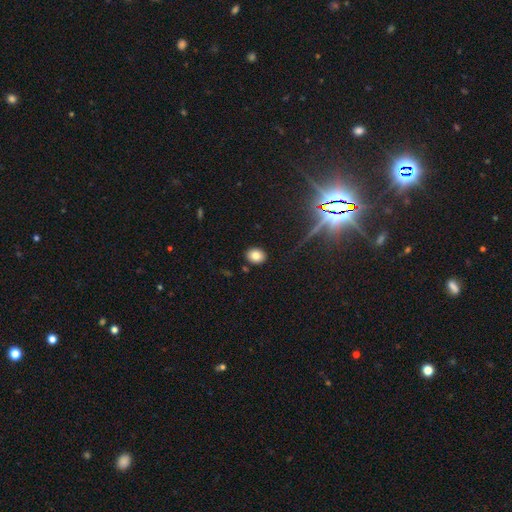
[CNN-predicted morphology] The model was most divided on "how rounded": round: 50%, in between: 49%, cigar-shaped: 1%. More confident: merging — none (89%); smooth or featured — smooth (79%).